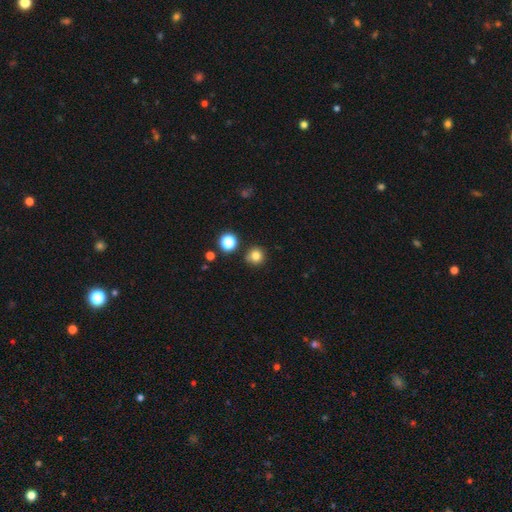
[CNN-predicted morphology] Smooth or featured: smooth — 80% (star or artifact — 14%)
How rounded: round — 93% (in between — 6%)
Merging: none — 85% (minor disturbance — 8%)